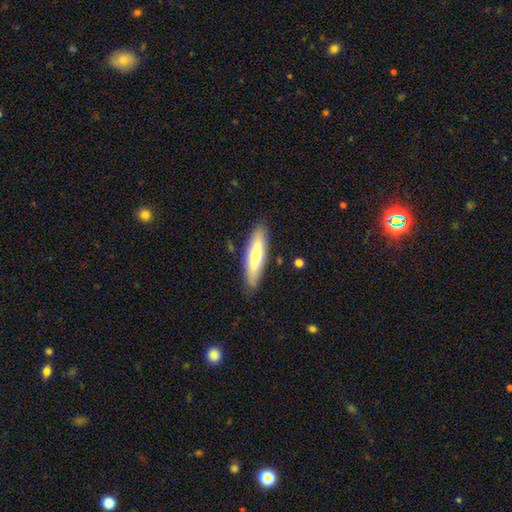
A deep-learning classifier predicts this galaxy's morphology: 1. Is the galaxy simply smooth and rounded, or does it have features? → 65% smooth, 29% featured or disk, 6% star or artifact.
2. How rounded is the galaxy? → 62% cigar-shaped, 36% in between, 2% round.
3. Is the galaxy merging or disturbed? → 86% none, 10% minor disturbance, 2% major disturbance, 1% merger.